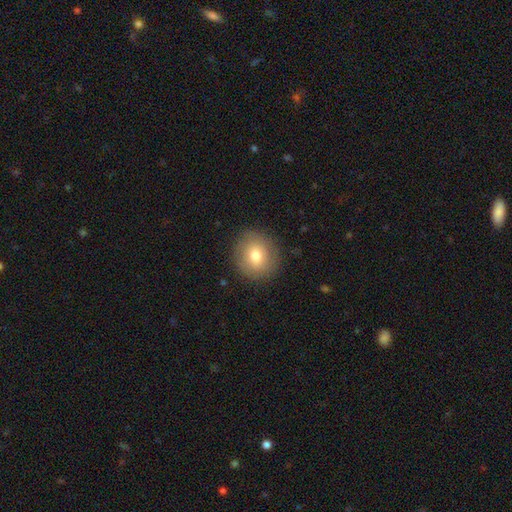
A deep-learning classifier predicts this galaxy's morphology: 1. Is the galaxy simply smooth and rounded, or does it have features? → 76% smooth, 15% featured or disk, 9% star or artifact.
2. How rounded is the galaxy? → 87% round, 12% in between, 1% cigar-shaped.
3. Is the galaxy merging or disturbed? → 88% none, 8% minor disturbance, 3% major disturbance, 1% merger.